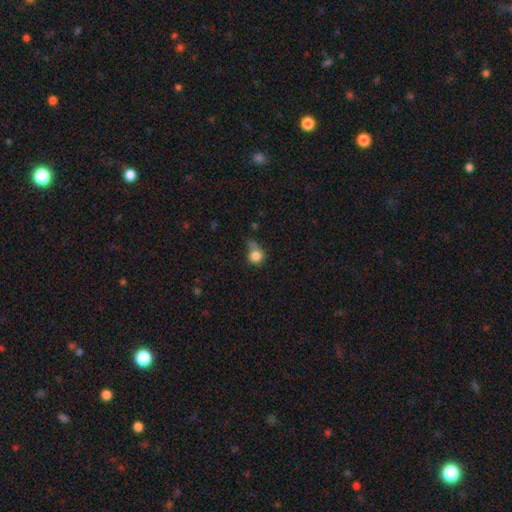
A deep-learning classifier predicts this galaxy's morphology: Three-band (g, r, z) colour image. It shows a smooth galaxy with no disk features (82%) that is round (84%). Merging: none (43%).